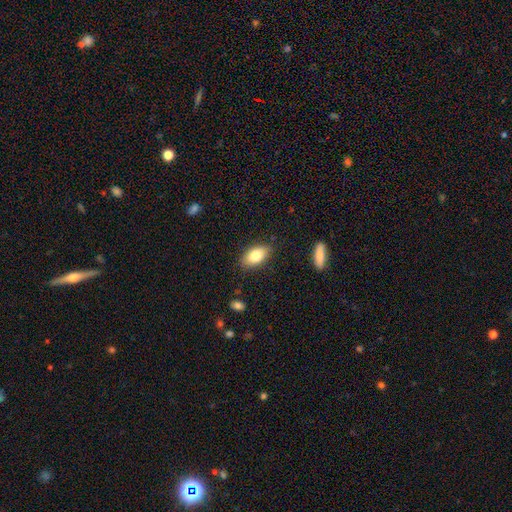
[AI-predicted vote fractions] Smooth or featured?
  - smooth: 80% *
  - featured or disk: 13%
  - star or artifact: 7%
How rounded?
  - in between: 90% *
  - round: 5%
  - cigar-shaped: 5%
Merging?
  - none: 84% *
  - minor disturbance: 12%
  - major disturbance: 2%
  - merger: 2%